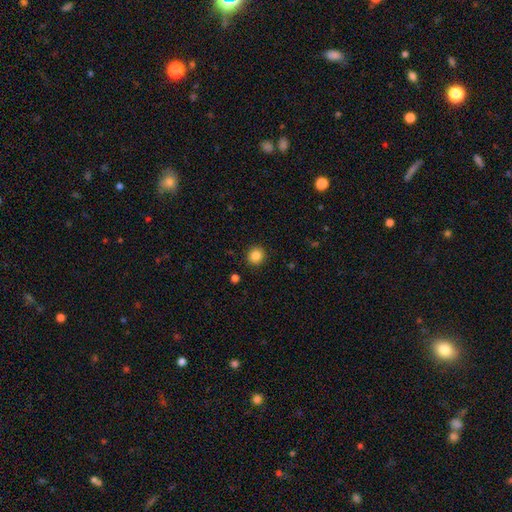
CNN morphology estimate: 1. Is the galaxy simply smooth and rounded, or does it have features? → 85% smooth, 11% star or artifact, 4% featured or disk.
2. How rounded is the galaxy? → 89% round, 10% in between, 1% cigar-shaped.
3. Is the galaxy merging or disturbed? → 91% none, 6% minor disturbance, 2% major disturbance, 1% merger.